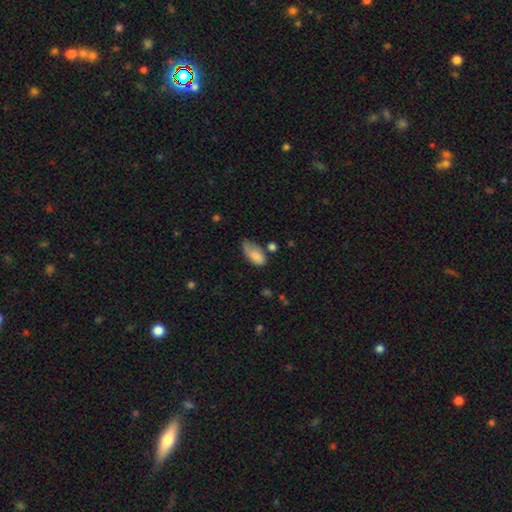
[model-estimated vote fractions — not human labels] Overall: smooth (78%). How rounded: in between (92%). Merging: minor disturbance (43%; none 35%).